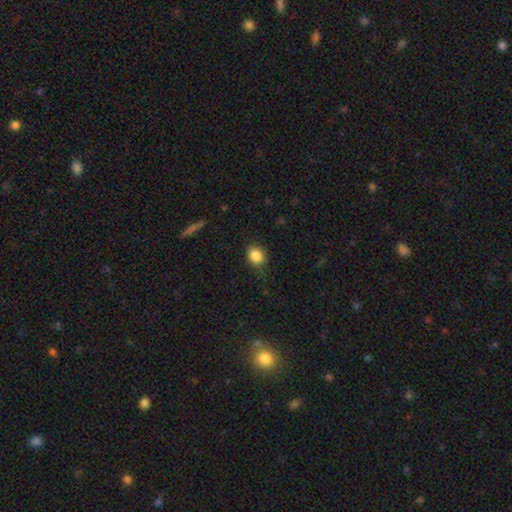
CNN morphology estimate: Smooth or featured?
  - smooth: 85% *
  - star or artifact: 10%
  - featured or disk: 5%
How rounded?
  - round: 55% *
  - in between: 44%
  - cigar-shaped: 1%
Merging?
  - none: 78% *
  - minor disturbance: 17%
  - major disturbance: 4%
  - merger: 1%